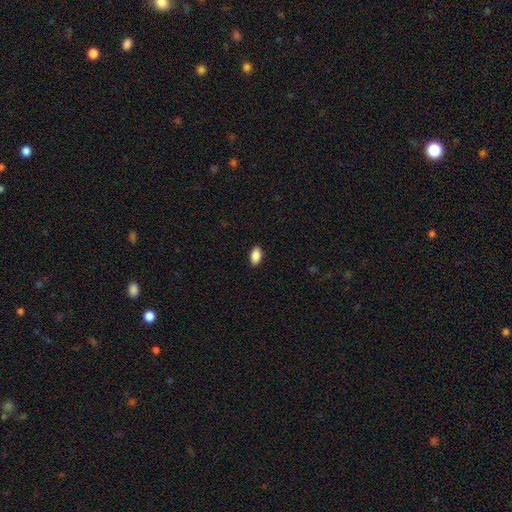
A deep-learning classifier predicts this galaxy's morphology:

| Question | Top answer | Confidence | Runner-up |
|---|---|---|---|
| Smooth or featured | smooth | 89% | star or artifact (7%) |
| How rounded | in between | 93% | round (4%) |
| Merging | none | 90% | minor disturbance (7%) |